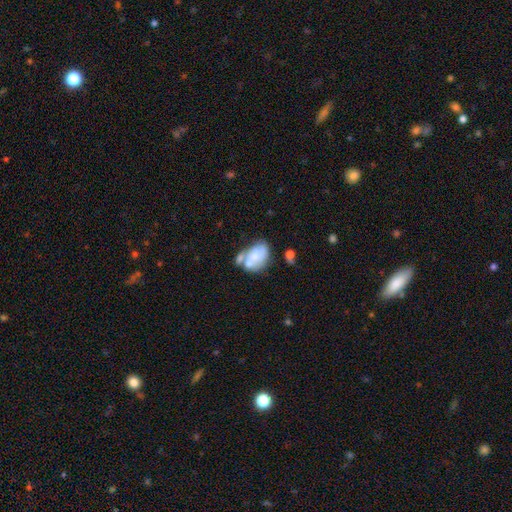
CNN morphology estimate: Overall: smooth (58%; featured or disk 35%). How rounded: in between (85%). Merging: merger (40%; none 25%).